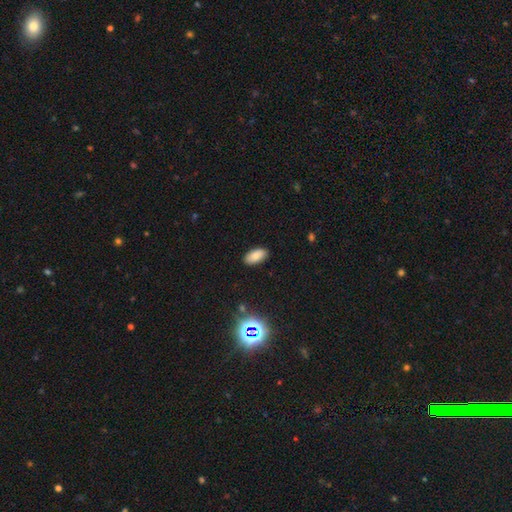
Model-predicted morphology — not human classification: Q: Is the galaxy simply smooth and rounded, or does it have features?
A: smooth — 83%.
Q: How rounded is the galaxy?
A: in between — 93%.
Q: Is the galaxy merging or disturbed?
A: none — 88%.